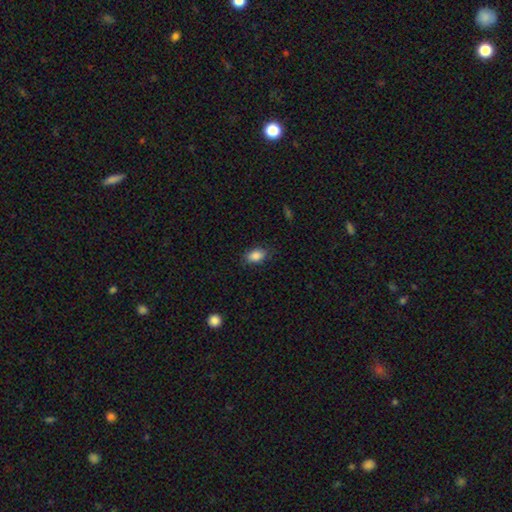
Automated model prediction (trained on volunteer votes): A smooth galaxy with no disk features (87%) that is in between round and cigar-shaped (88%).

Vote fractions:
- Smooth or featured? smooth: 87% / star or artifact: 8% / featured or disk: 6%
- How rounded? in between: 88% / round: 10% / cigar-shaped: 2%
- Merging? none: 82% / minor disturbance: 14% / major disturbance: 3% / merger: 1%